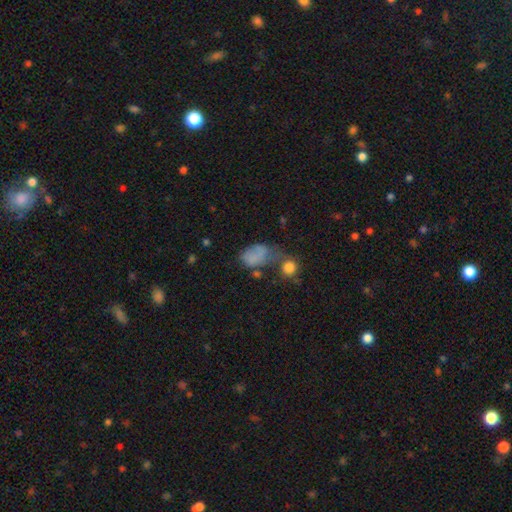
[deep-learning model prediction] Smooth or featured? Predicted: smooth (p=0.71). How rounded? Predicted: in between (p=0.80). Merging? Predicted: major disturbance (p=0.29).